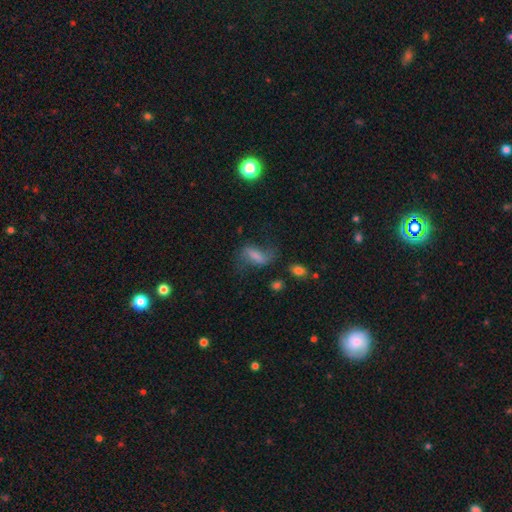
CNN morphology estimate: The model was most divided on "smooth or featured": featured or disk: 51%, smooth: 34%, star or artifact: 15%. More confident: edge-on disk — no (91%); merging — none (58%).